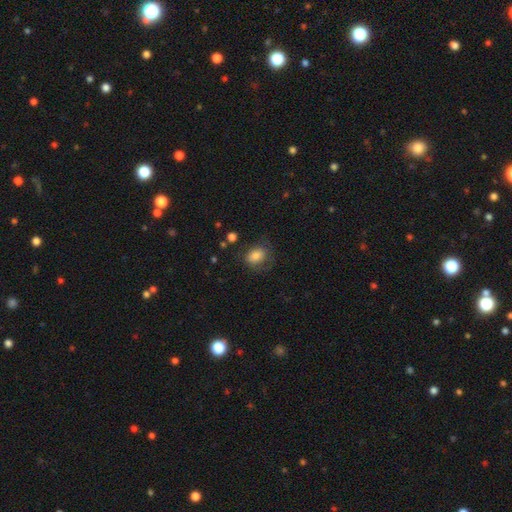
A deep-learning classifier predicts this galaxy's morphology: A smooth galaxy with no disk features (79%) that is in between round and cigar-shaped (66%). Merging: none (58%).